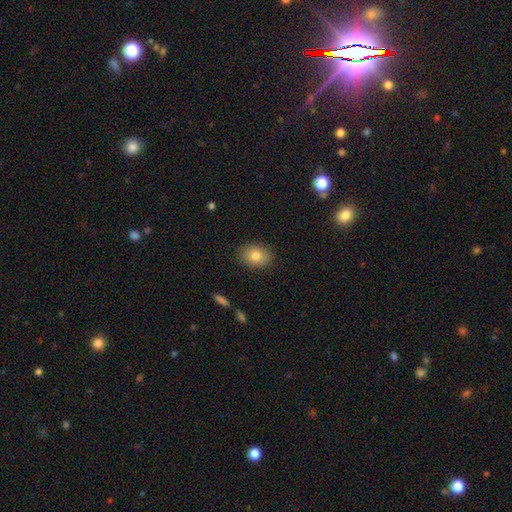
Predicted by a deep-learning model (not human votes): Overall: smooth (81%). How rounded: in between (65%; round 34%). Merging: none (87%).